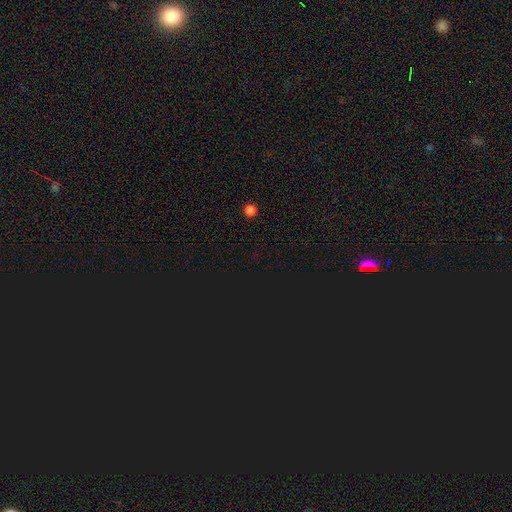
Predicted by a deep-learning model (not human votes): Smooth or featured: star or artifact — 71% (smooth — 23%)